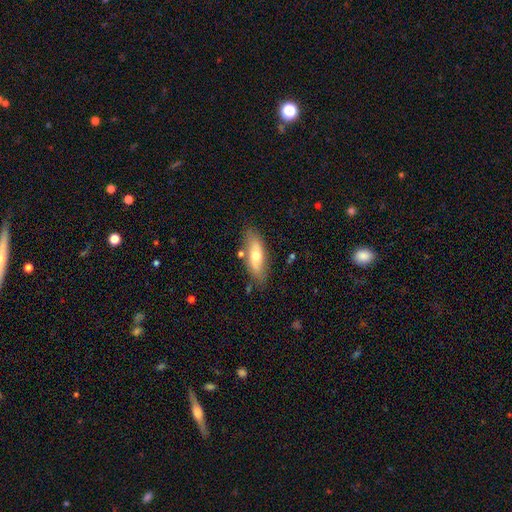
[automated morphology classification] smooth 59%, featured or disk 34%, star or artifact 6%. Down the decision tree: how rounded — in between (70%); merging — none (75%).